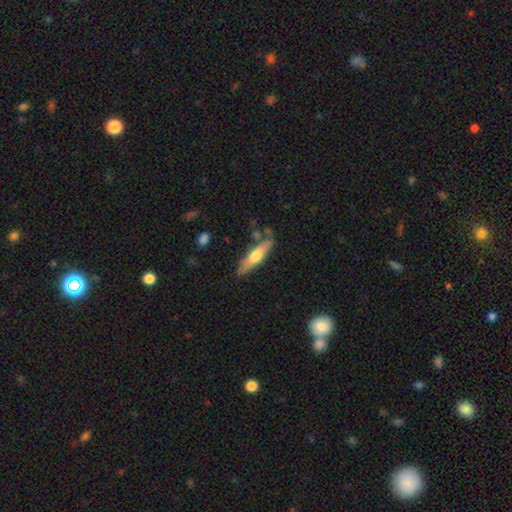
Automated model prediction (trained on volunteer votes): The model was most divided on "smooth or featured": smooth: 51%, featured or disk: 44%, star or artifact: 5%. More confident: merging — none (77%); how rounded — cigar-shaped (73%).